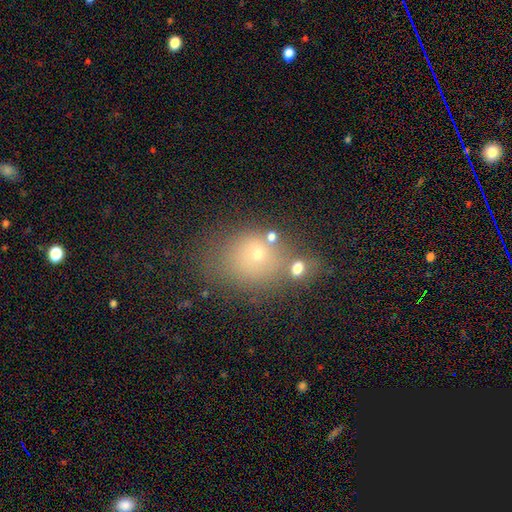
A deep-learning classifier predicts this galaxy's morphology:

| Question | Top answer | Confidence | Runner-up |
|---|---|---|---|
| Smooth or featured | smooth | 60% | star or artifact (24%) |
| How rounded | round | 57% | in between (42%) |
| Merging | none | 57% | merger (21%) |